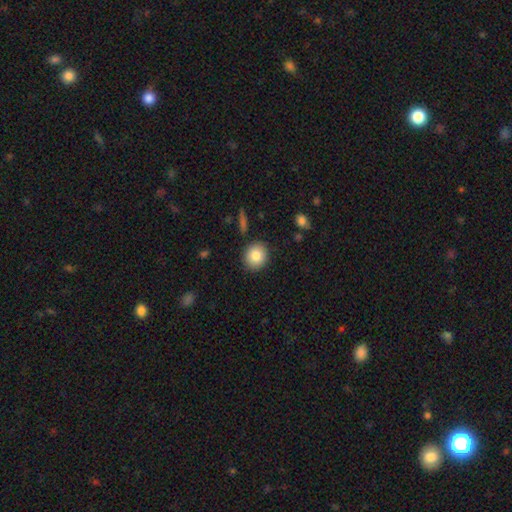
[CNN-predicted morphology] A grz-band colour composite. It shows a smooth galaxy with no disk features (84%) that is round (81%). Merging: none (88%).